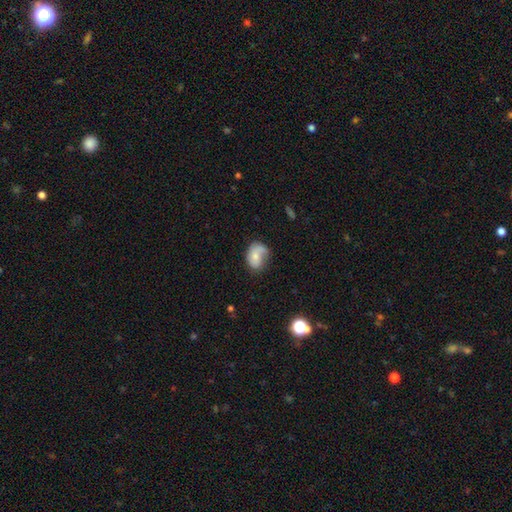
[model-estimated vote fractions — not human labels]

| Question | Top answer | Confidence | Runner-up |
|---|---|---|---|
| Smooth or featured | smooth | 52% | featured or disk (40%) |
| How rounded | in between | 72% | round (26%) |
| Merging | none | 43% | minor disturbance (29%) |